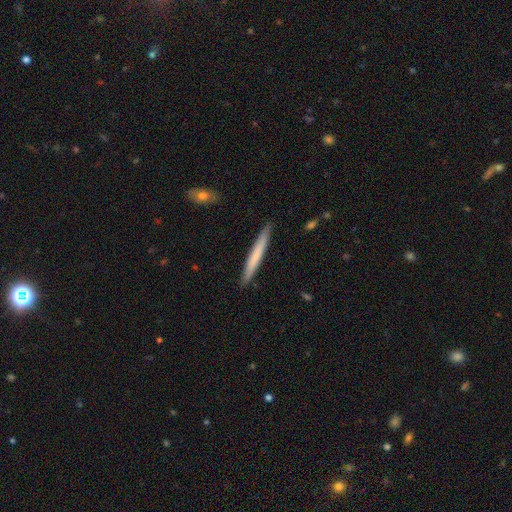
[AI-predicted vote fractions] Overall: smooth (66%; featured or disk 29%). How rounded: cigar-shaped (97%). Merging: none (91%).